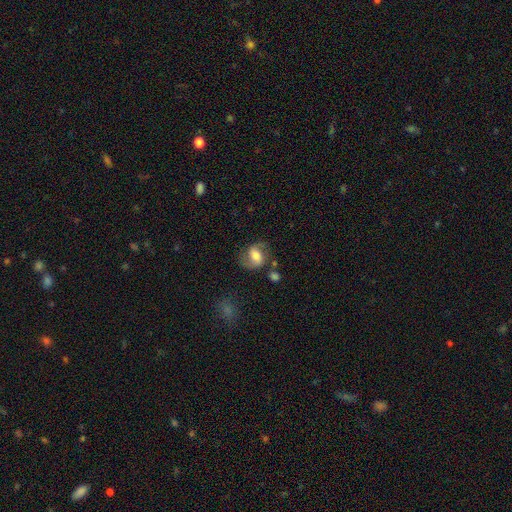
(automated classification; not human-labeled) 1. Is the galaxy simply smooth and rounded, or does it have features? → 56% featured or disk, 36% smooth, 8% star or artifact.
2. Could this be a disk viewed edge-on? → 97% no, 3% yes.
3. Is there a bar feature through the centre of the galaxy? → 43% weak, 32% no, 25% strong.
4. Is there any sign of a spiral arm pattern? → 87% yes, 13% no.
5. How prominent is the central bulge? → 52% moderate, 26% large, 15% small, 4% none, 3% dominant.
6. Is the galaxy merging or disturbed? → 63% none, 20% minor disturbance, 11% major disturbance, 6% merger.